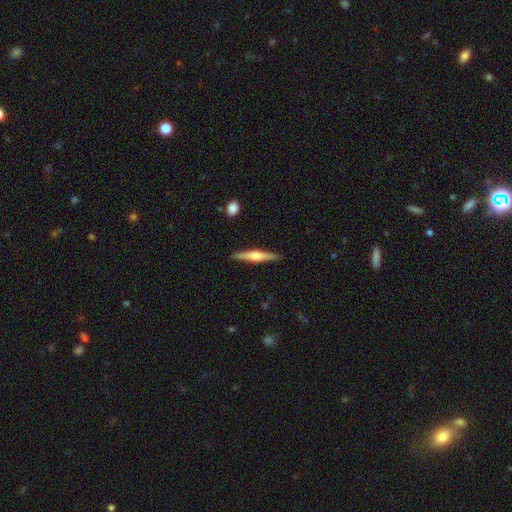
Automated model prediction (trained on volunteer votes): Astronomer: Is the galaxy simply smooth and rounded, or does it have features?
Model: featured or disk — 62%.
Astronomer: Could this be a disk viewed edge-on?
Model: yes — 97%.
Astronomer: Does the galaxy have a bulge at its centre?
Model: rounded — 85%.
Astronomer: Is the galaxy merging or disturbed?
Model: none — 90%.